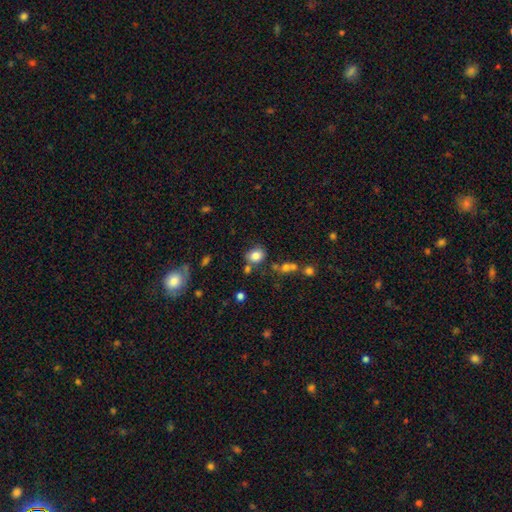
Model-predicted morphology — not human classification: The model was most divided on "how rounded": round: 53%, in between: 46%, cigar-shaped: 1%. More confident: smooth or featured — smooth (82%); merging — none (70%).